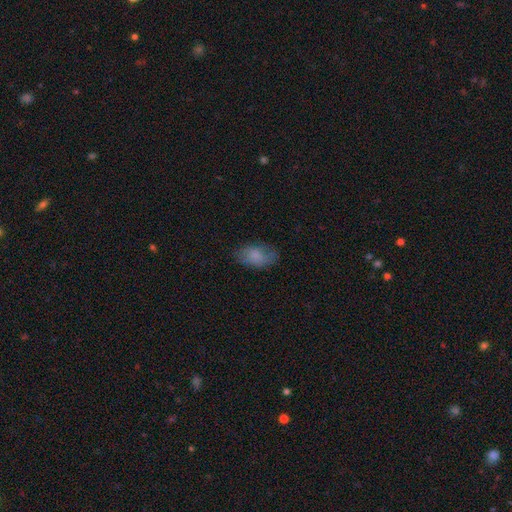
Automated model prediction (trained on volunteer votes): A smooth galaxy with no disk features (78%) that is in between round and cigar-shaped (92%).

Vote fractions:
- Smooth or featured? smooth: 78% / featured or disk: 14% / star or artifact: 8%
- How rounded? in between: 92% / round: 7% / cigar-shaped: 2%
- Merging? none: 68% / minor disturbance: 23% / major disturbance: 8% / merger: 1%